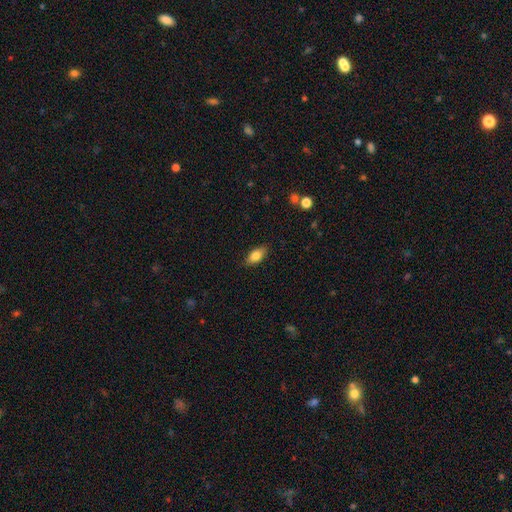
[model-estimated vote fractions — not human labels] Smooth or featured: smooth — 80% (featured or disk — 12%)
How rounded: in between — 88% (cigar-shaped — 8%)
Merging: none — 85% (minor disturbance — 12%)